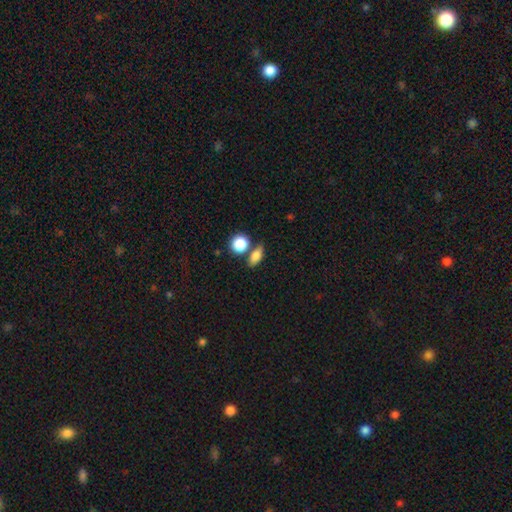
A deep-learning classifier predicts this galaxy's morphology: Overall: smooth (81%). How rounded: in between (67%). Merging: none (61%; merger 21%).